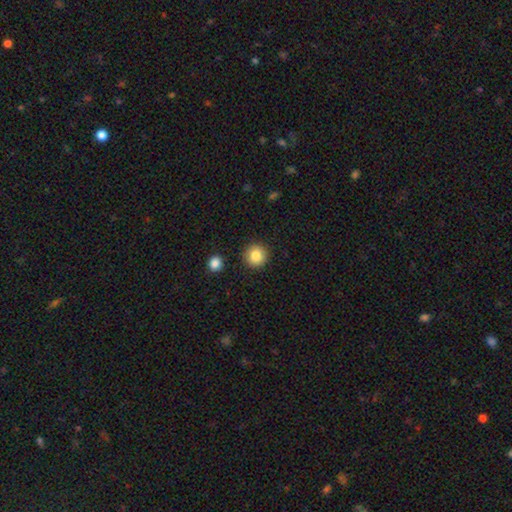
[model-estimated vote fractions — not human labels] Smooth or featured? Predicted: smooth (p=0.86). How rounded? Predicted: round (p=0.94). Merging? Predicted: none (p=0.90).